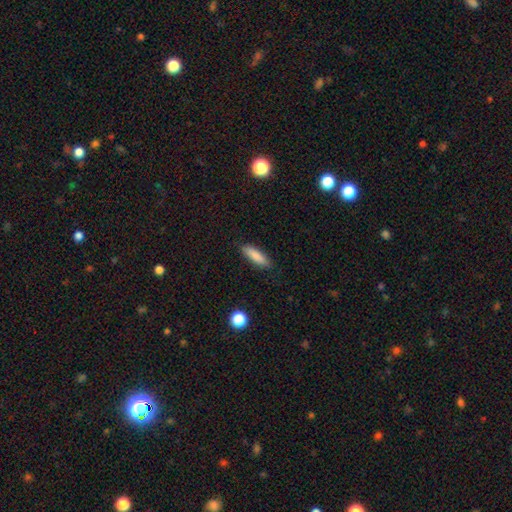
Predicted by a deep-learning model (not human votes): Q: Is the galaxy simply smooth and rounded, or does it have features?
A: smooth — 85%.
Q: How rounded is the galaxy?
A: cigar-shaped — 61%.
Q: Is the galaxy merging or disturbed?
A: none — 87%.